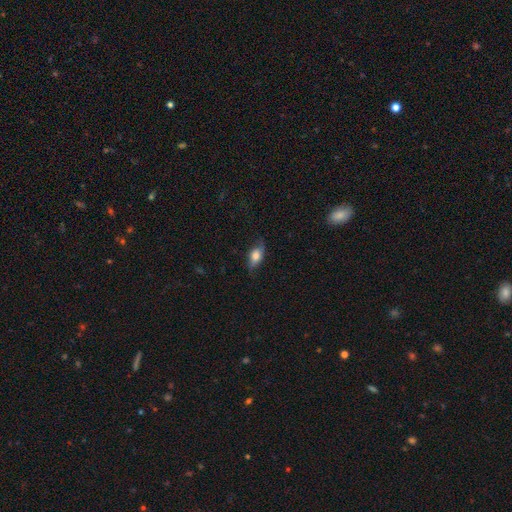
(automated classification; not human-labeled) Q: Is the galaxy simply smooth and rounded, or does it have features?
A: smooth — 65%.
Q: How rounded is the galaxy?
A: in between — 81%.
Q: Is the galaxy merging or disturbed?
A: none — 70%.